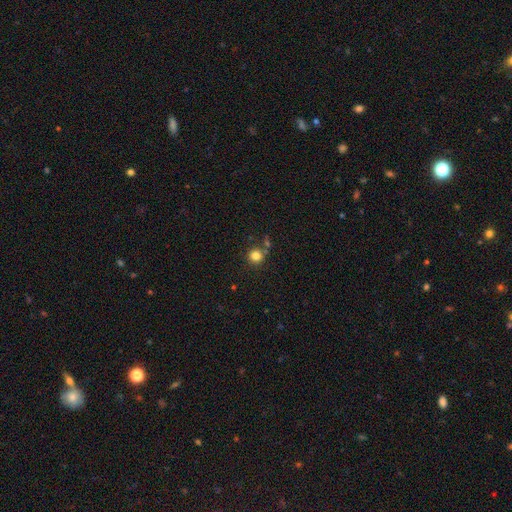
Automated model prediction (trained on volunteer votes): Smooth or featured? smooth (81%)
How rounded? round (92%)
Merging? none (74%)